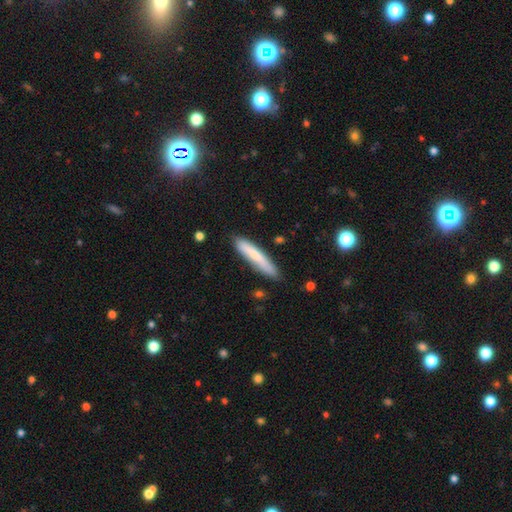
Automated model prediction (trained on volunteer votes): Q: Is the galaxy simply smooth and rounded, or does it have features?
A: smooth — 72%.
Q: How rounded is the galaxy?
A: cigar-shaped — 88%.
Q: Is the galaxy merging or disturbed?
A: none — 80%.